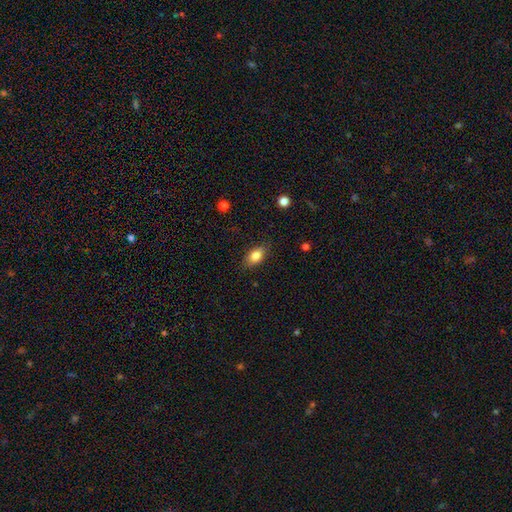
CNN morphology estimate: A smooth galaxy with no disk features (83%) that is in between round and cigar-shaped (86%).

Vote fractions:
- Smooth or featured? smooth: 83% / featured or disk: 9% / star or artifact: 8%
- How rounded? in between: 86% / round: 10% / cigar-shaped: 4%
- Merging? none: 83% / minor disturbance: 13% / major disturbance: 3% / merger: 1%